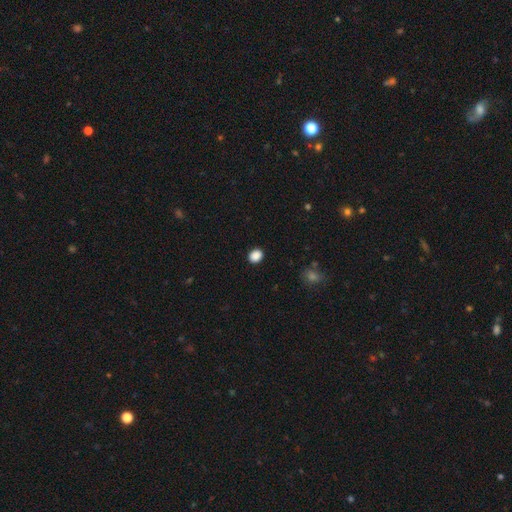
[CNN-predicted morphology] This is clearly a smooth galaxy (88%). How rounded: possibly round (59%). Merging: clearly none (90%).